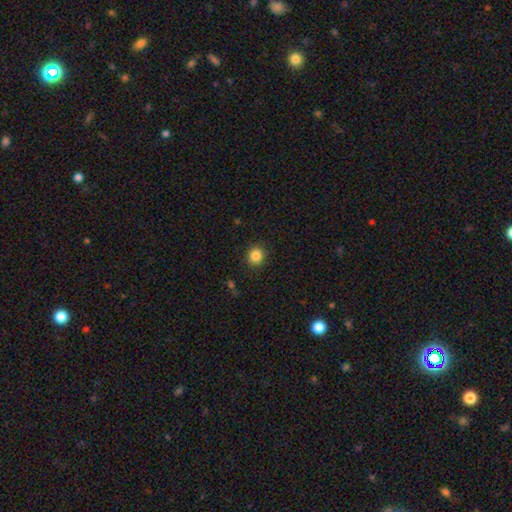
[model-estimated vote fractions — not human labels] Overall: smooth (86%). How rounded: round (90%). Merging: none (90%).